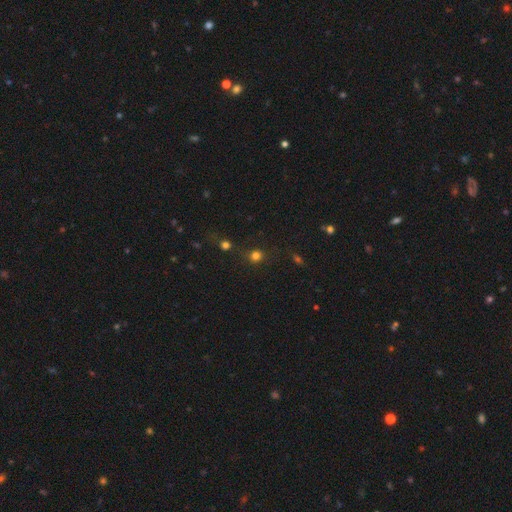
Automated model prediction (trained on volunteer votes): Smooth or featured? smooth (75%)
How rounded? round (87%)
Merging? none (78%)